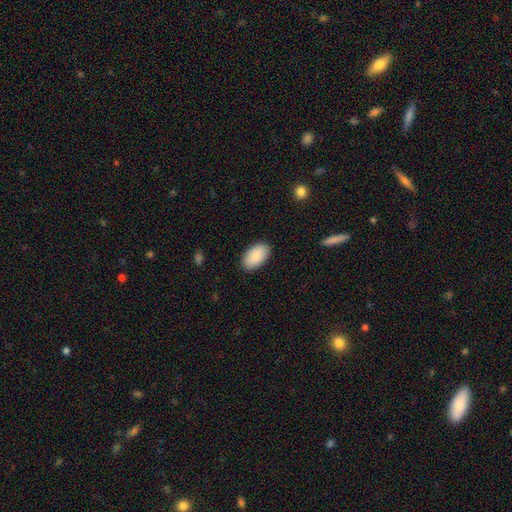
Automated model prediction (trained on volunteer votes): Morphology: type=smooth (89%); roundness=in between (95%); merging=none (88%).